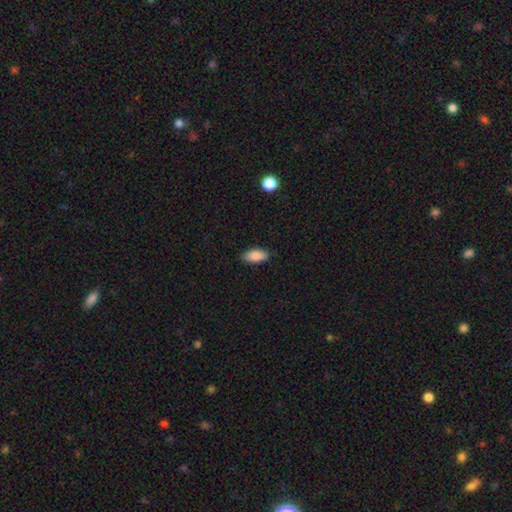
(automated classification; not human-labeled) smooth-or-featured: smooth: 87% | star or artifact: 7% | featured or disk: 6%
  how-rounded: in between: 90% | cigar-shaped: 8% | round: 2%
  merging: none: 86% | minor disturbance: 11% | major disturbance: 2% | merger: 1%